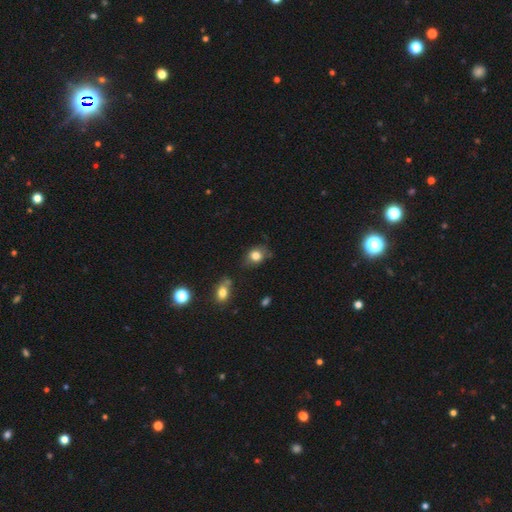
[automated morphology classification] A smooth galaxy with no disk features (80%) that is in between round and cigar-shaped (52%).

Vote fractions:
- Smooth or featured? smooth: 80% / star or artifact: 10% / featured or disk: 10%
- How rounded? in between: 52% / round: 47% / cigar-shaped: 1%
- Merging? none: 61% / minor disturbance: 27% / major disturbance: 7% / merger: 4%